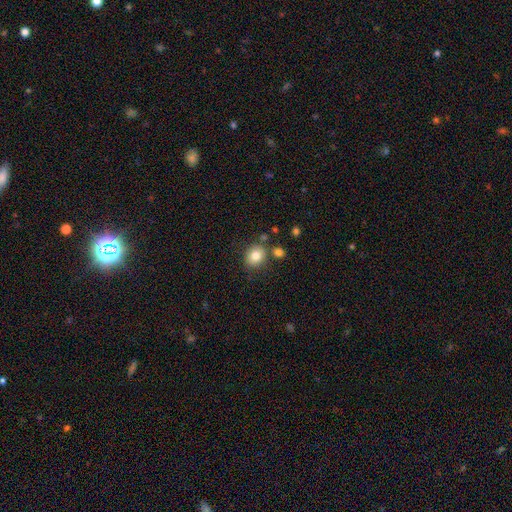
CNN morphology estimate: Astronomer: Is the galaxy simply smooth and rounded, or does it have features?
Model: smooth — 81%.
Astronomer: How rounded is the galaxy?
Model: round — 70%.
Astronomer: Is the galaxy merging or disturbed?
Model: none — 76%.